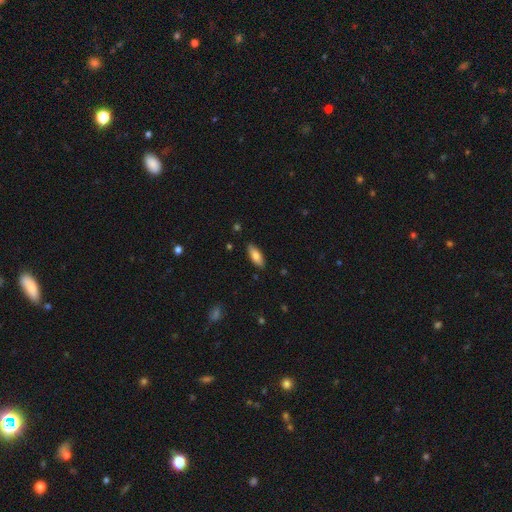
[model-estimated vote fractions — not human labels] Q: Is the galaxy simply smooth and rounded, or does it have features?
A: smooth — 80%.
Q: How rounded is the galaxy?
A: in between — 76%.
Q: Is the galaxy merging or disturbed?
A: none — 87%.